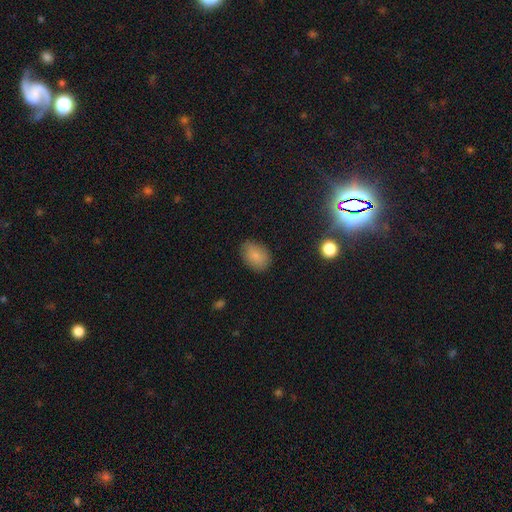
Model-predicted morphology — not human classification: Q: Smooth or featured?
A: smooth (82%); runner-up: featured or disk (9%)
Q: How rounded?
A: in between (75%); runner-up: round (24%)
Q: Merging?
A: none (82%); runner-up: minor disturbance (13%)